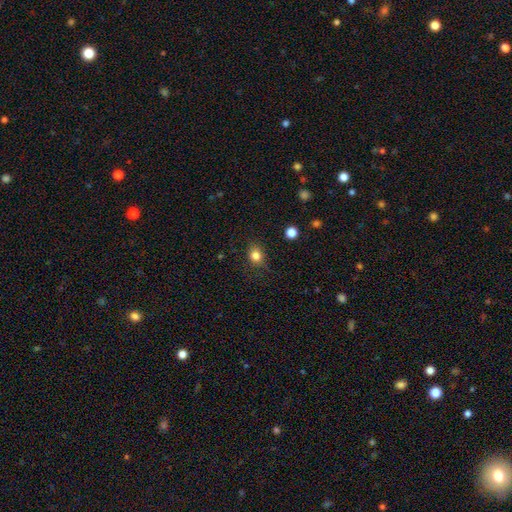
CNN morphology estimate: The model was most divided on "how rounded": round: 62%, in between: 37%, cigar-shaped: 1%. More confident: smooth or featured — smooth (83%); merging — none (81%).